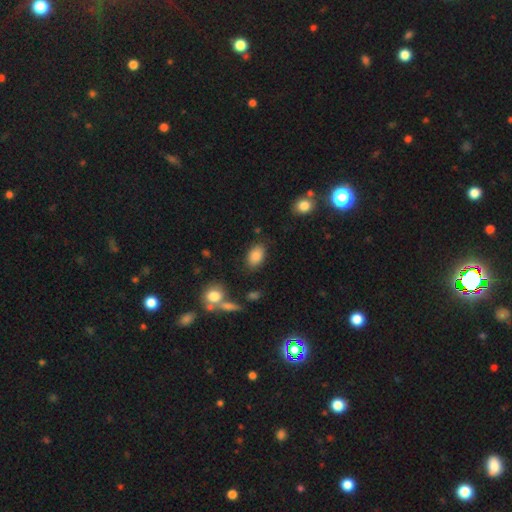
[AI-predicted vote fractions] Smooth or featured? Predicted: smooth (p=0.85). How rounded? Predicted: in between (p=0.88). Merging? Predicted: none (p=0.81).